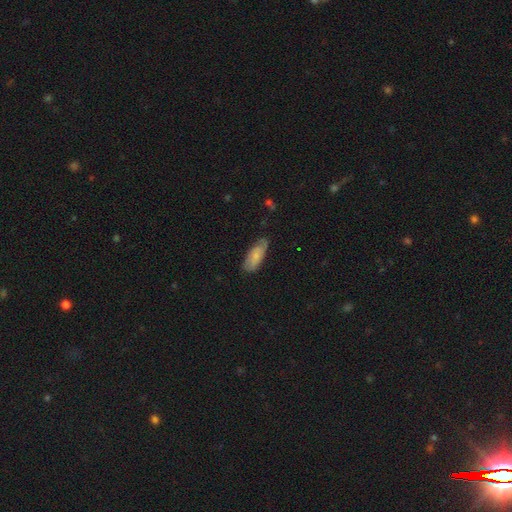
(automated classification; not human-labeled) Smooth or featured? smooth (69%)
How rounded? in between (81%)
Merging? none (67%)